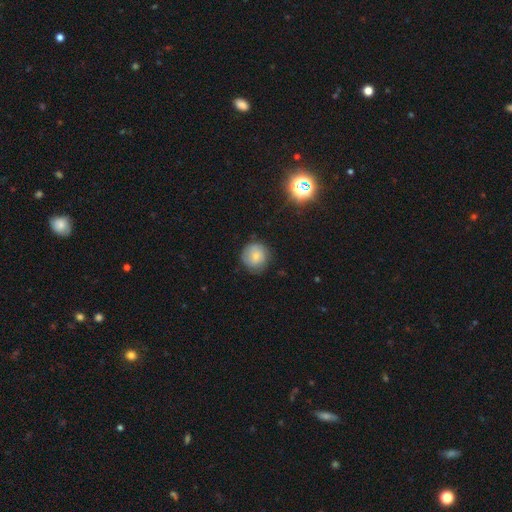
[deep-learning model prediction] A smooth galaxy with no disk features (73%) that is round (91%). Merging: none (78%).